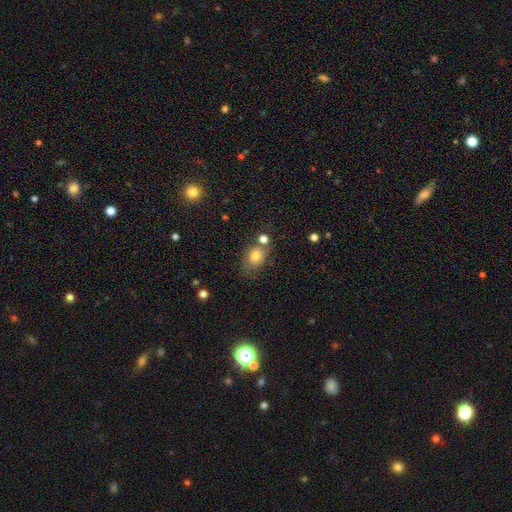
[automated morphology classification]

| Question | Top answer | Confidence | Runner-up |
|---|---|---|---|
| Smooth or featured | smooth | 78% | star or artifact (11%) |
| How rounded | round | 50% | in between (49%) |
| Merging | none | 61% | minor disturbance (17%) |